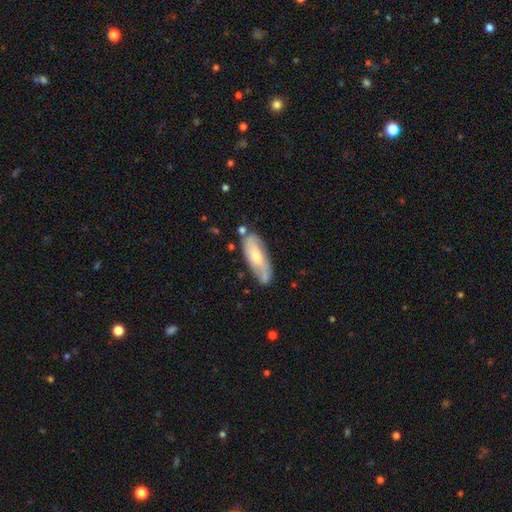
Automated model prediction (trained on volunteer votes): smooth-or-featured: featured or disk: 56% | smooth: 37% | star or artifact: 7%
  disk-edge-on: no: 80% | yes: 20%
  merging: none: 68% | minor disturbance: 21% | merger: 5% | major disturbance: 5%